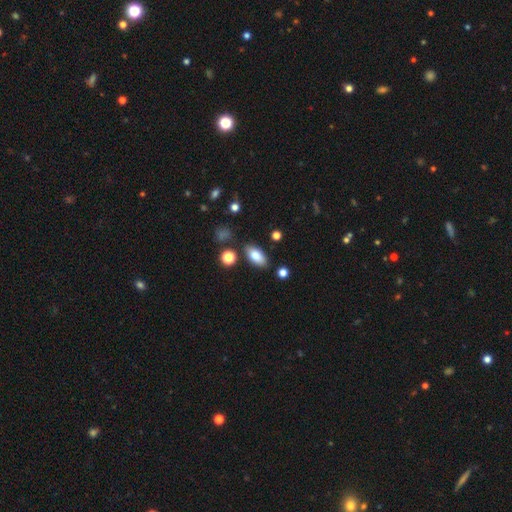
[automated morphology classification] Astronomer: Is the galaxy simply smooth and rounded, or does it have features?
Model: smooth — 83%.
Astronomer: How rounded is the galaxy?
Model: in between — 89%.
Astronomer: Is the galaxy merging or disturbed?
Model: none — 82%.